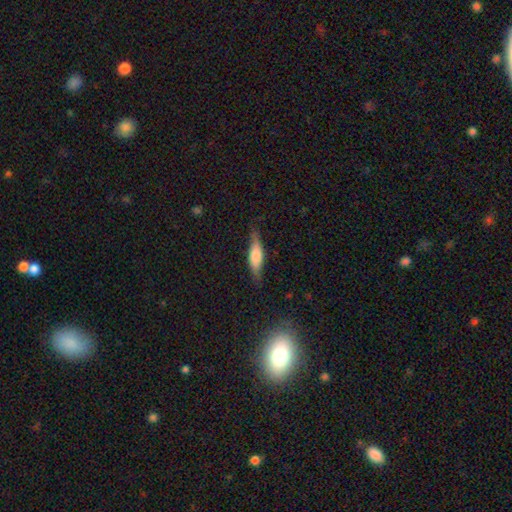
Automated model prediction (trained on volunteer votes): This is likely a smooth galaxy (61%). How rounded: likely cigar-shaped (62%). Merging: likely none (76%).